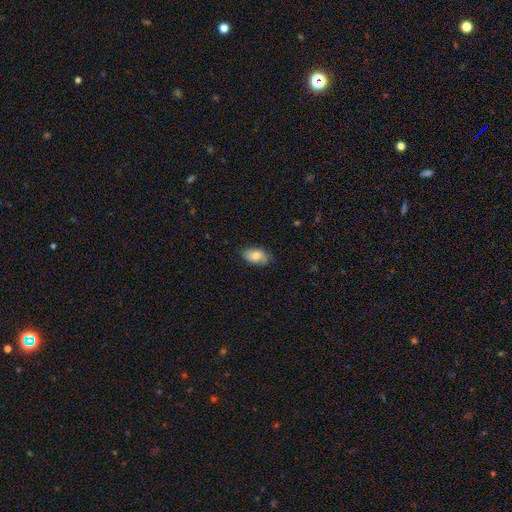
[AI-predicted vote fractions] Smooth or featured: smooth — 78% (featured or disk — 16%)
How rounded: in between — 93% (round — 5%)
Merging: none — 79% (minor disturbance — 17%)